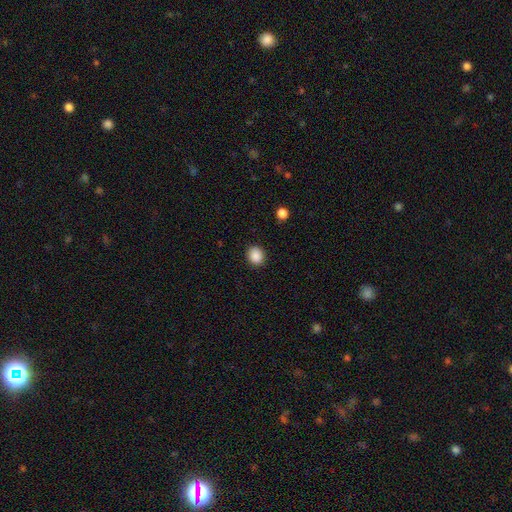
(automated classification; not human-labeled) The model was most divided on "how rounded": round: 70%, in between: 29%, cigar-shaped: 1%. More confident: merging — none (90%); smooth or featured — smooth (88%).